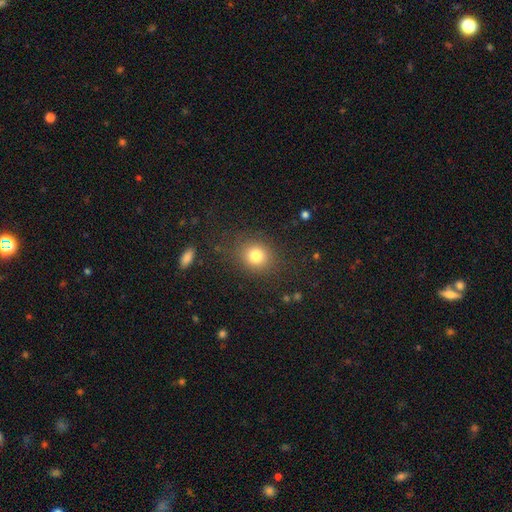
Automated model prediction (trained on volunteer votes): Overall: smooth (81%). How rounded: round (75%). Merging: none (82%).